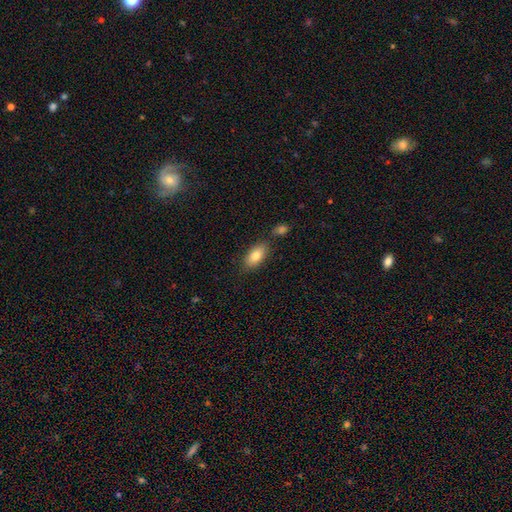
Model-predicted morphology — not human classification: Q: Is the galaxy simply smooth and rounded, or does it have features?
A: smooth — 82%.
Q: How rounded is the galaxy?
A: in between — 89%.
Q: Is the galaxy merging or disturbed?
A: none — 76%.